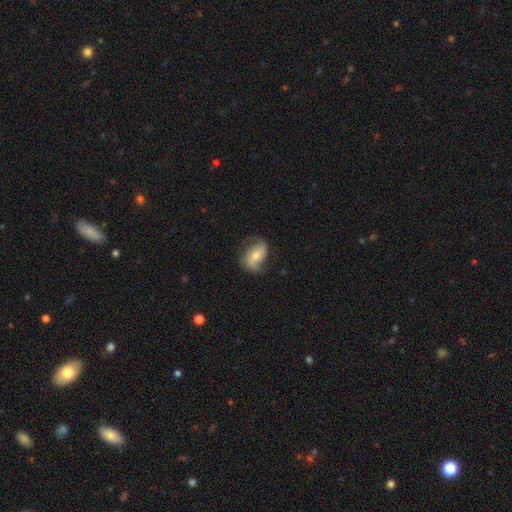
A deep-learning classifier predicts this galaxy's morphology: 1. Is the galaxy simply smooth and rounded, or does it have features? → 62% featured or disk, 30% smooth, 8% star or artifact.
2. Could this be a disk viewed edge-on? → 96% no, 4% yes.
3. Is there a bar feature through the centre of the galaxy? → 54% no, 30% weak, 16% strong.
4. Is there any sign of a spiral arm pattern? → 87% yes, 13% no.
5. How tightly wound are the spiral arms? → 44% loose, 37% medium, 19% tight.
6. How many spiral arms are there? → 83% 2, 8% can't tell, 4% 1, 3% 3, 1% 4, 1% more than 4.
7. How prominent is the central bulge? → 63% moderate, 30% small, 5% large, 1% none, 1% dominant.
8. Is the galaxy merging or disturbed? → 66% none, 22% minor disturbance, 10% major disturbance, 1% merger.